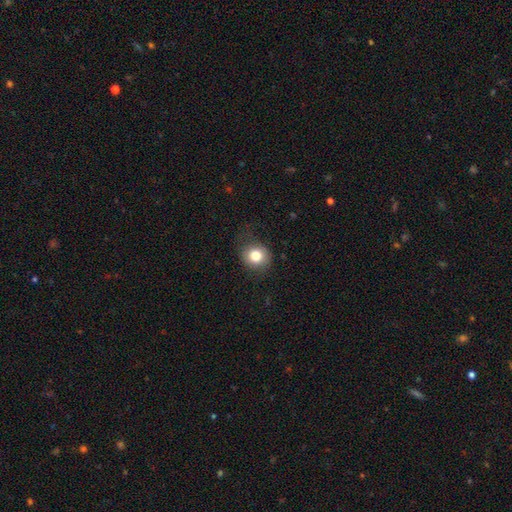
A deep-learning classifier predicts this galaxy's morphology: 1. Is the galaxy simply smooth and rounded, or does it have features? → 81% smooth, 10% star or artifact, 9% featured or disk.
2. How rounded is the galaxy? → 79% round, 20% in between, 1% cigar-shaped.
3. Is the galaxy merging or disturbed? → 77% none, 17% minor disturbance, 6% major disturbance, 1% merger.